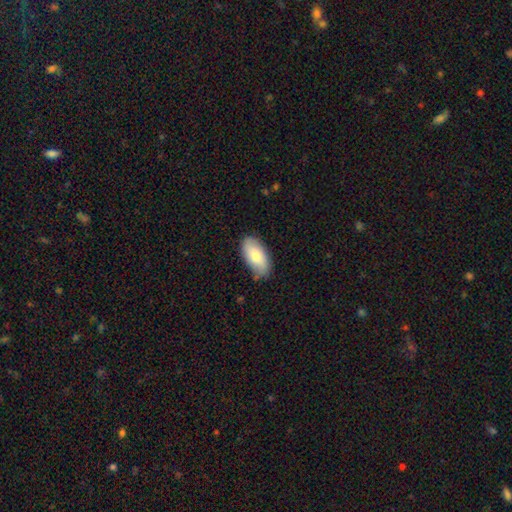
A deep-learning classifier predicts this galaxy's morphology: Q: Smooth or featured?
A: smooth (77%); runner-up: featured or disk (17%)
Q: How rounded?
A: in between (94%); runner-up: cigar-shaped (4%)
Q: Merging?
A: none (80%); runner-up: minor disturbance (16%)